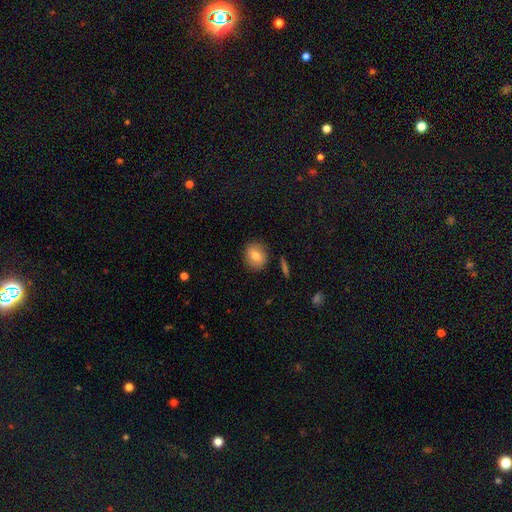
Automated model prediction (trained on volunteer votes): Overall: smooth (76%). How rounded: round (73%). Merging: none (87%).